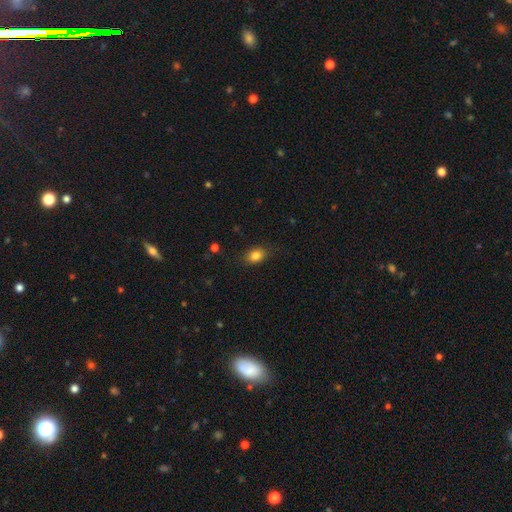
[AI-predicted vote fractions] Morphology: type=smooth (83%); roundness=in between (68%); merging=none (82%).